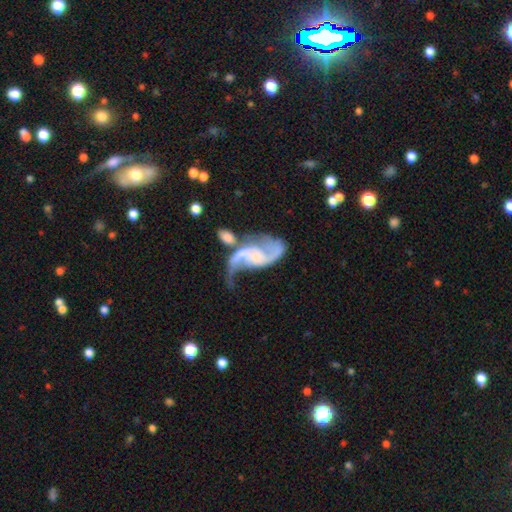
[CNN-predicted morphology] This appears to be a featured or disk galaxy (88%) with no bar (51%), 2 (90%) loose (61%) spiral arms (96%) and a small central bulge (45%). Merging: none (40%).